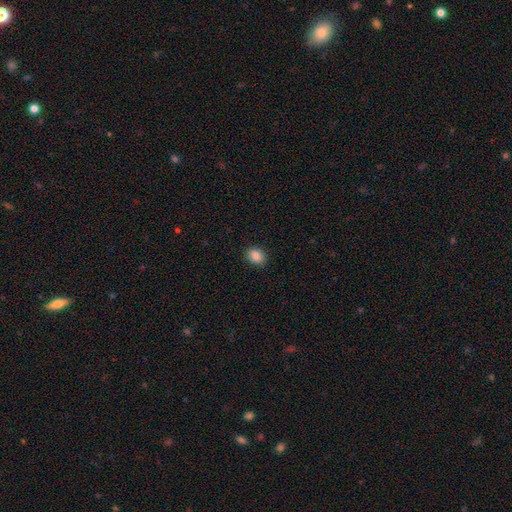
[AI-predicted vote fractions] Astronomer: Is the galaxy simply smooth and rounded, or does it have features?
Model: smooth — 86%.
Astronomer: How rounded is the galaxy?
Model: in between — 52% (runner-up: round, 47%).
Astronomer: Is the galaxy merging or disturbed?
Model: none — 88%.